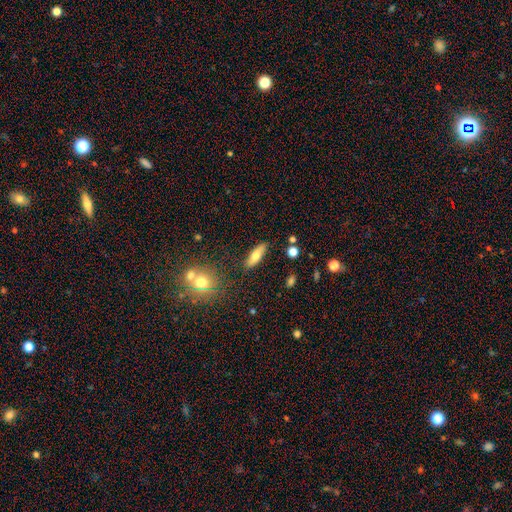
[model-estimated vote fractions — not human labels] This is likely a smooth galaxy (69%). How rounded: possibly in between (55%). Merging: clearly none (85%).